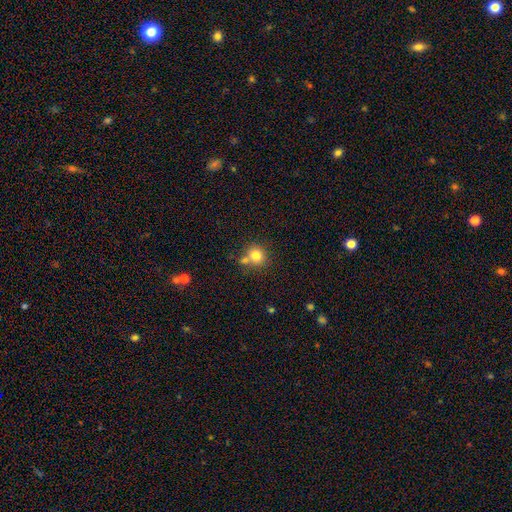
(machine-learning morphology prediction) Q: Smooth or featured?
A: smooth (80%); runner-up: star or artifact (11%)
Q: How rounded?
A: round (86%); runner-up: in between (13%)
Q: Merging?
A: none (62%); runner-up: merger (24%)